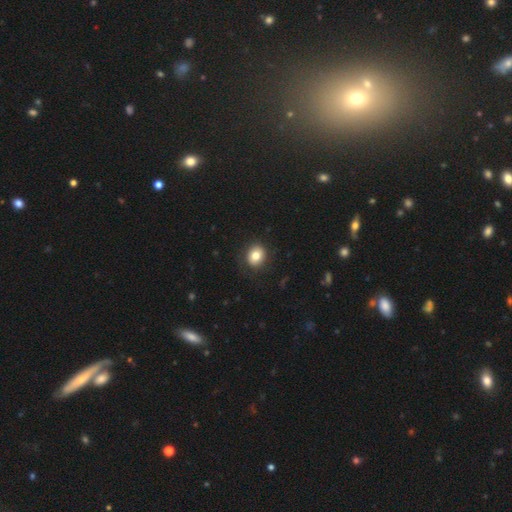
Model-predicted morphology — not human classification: type=smooth (81%); roundness=round (71%); merging=none (87%).